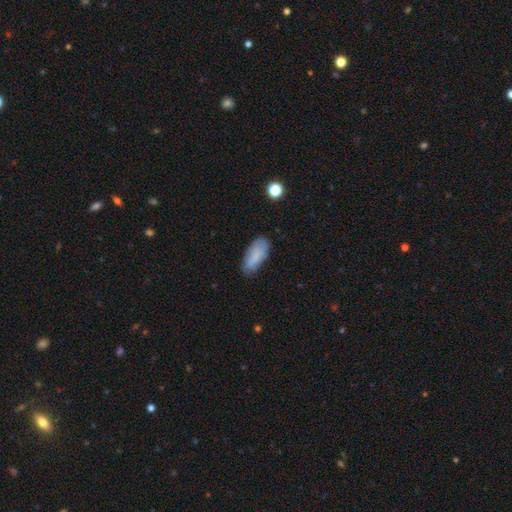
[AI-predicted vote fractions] This appears to be a smooth galaxy with no disk features (80%) that is in between round and cigar-shaped (85%). Merging: none (72%).